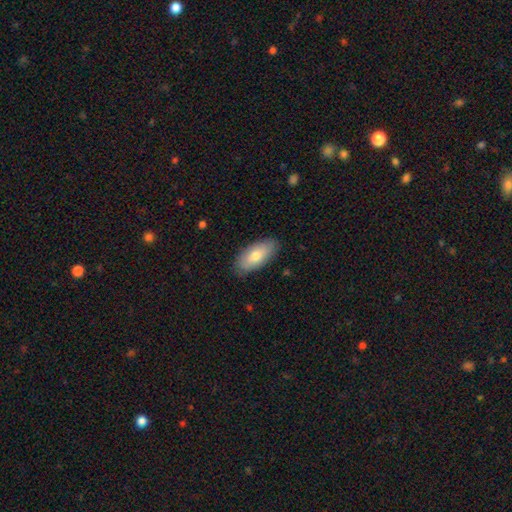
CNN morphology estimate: smooth-or-featured: smooth: 74% | featured or disk: 20% | star or artifact: 6%
  how-rounded: in between: 88% | cigar-shaped: 9% | round: 2%
  merging: none: 85% | minor disturbance: 11% | major disturbance: 2% | merger: 1%